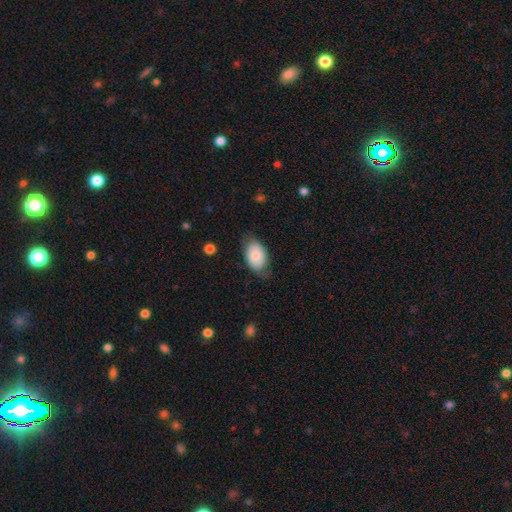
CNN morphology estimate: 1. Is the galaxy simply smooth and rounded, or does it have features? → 75% smooth, 18% featured or disk, 6% star or artifact.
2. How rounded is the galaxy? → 90% in between, 9% round, 1% cigar-shaped.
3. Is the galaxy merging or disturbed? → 62% none, 28% minor disturbance, 9% major disturbance, 1% merger.